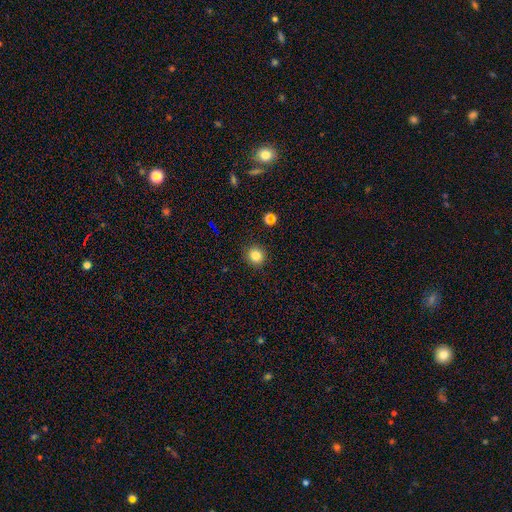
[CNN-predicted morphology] A smooth galaxy with no disk features (82%) that is round (90%). Merging: none (90%).